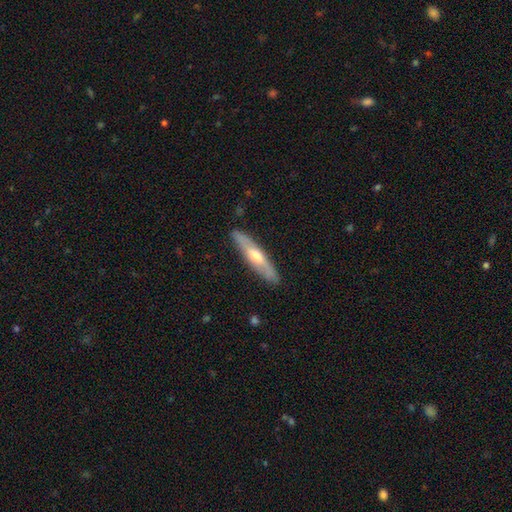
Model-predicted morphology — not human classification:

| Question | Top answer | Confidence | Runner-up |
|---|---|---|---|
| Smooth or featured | featured or disk | 50% | smooth (45%) |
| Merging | none | 88% | minor disturbance (9%) |